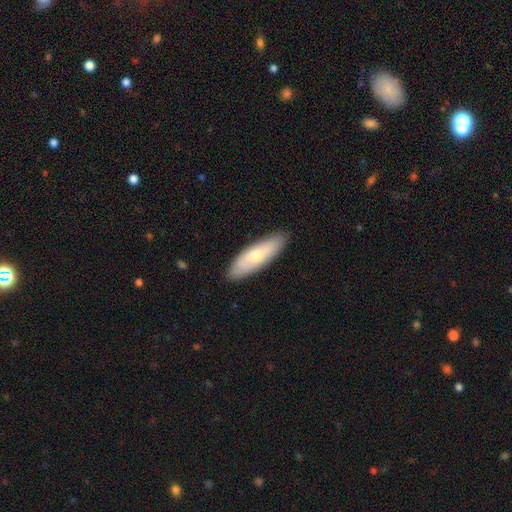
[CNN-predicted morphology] smooth-or-featured: smooth: 66% | featured or disk: 29% | star or artifact: 6%
  how-rounded: in between: 50% | cigar-shaped: 48% | round: 2%
  merging: none: 87% | minor disturbance: 10% | major disturbance: 2% | merger: 1%